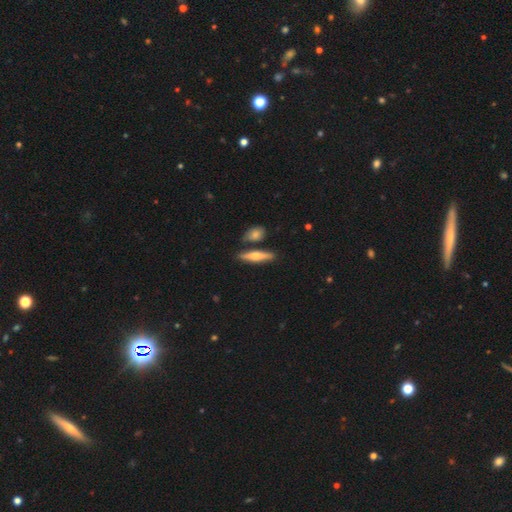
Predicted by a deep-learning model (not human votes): This appears to be a smooth galaxy with no disk features (49%). Merging: none (78%).